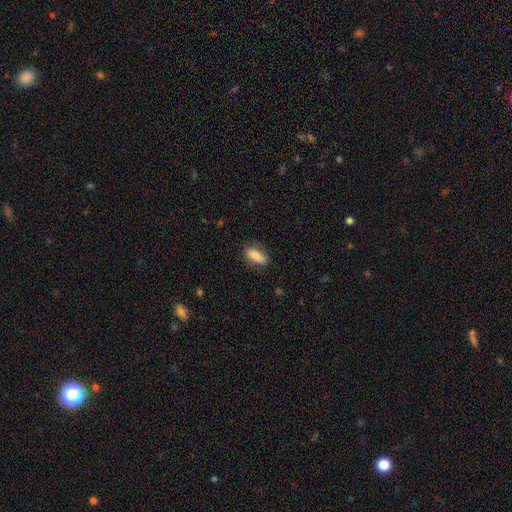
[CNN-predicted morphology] Q: Smooth or featured?
A: smooth (83%); runner-up: featured or disk (10%)
Q: How rounded?
A: in between (71%); runner-up: cigar-shaped (26%)
Q: Merging?
A: none (78%); runner-up: minor disturbance (16%)